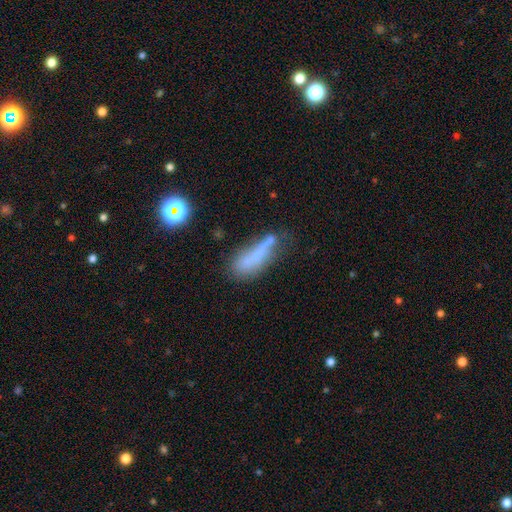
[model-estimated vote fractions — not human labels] Q: Smooth or featured?
A: smooth (61%); runner-up: featured or disk (24%)
Q: How rounded?
A: cigar-shaped (55%); runner-up: in between (41%)
Q: Merging?
A: none (36%); runner-up: minor disturbance (30%)